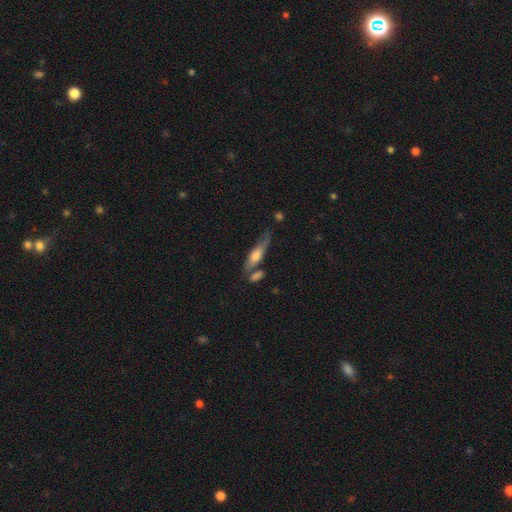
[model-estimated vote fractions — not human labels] Q: Smooth or featured?
A: smooth (49%); runner-up: featured or disk (45%)
Q: Merging?
A: none (57%); runner-up: minor disturbance (22%)